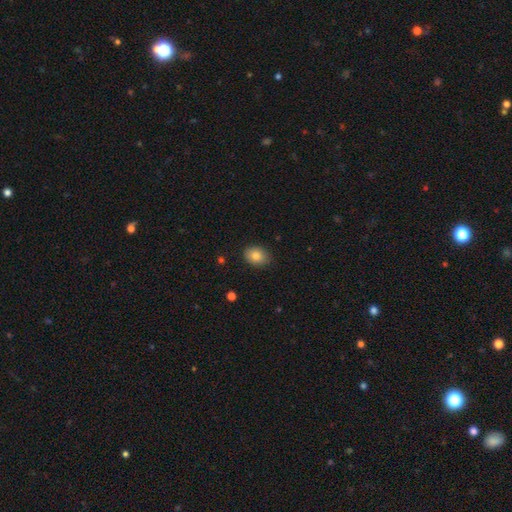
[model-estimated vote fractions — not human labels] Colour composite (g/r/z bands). It shows a smooth galaxy with no disk features (83%) that is in between round and cigar-shaped (65%). Merging: none (86%).